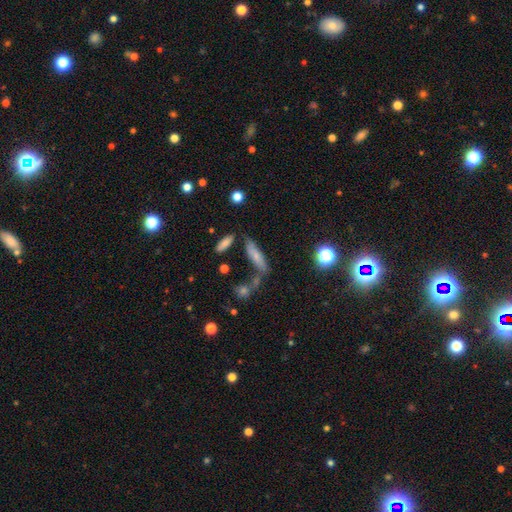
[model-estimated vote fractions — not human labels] Smooth or featured?
  - smooth: 62% *
  - featured or disk: 27%
  - star or artifact: 11%
How rounded?
  - cigar-shaped: 62% *
  - in between: 35%
  - round: 3%
Merging?
  - none: 58% *
  - minor disturbance: 20%
  - merger: 14%
  - major disturbance: 8%